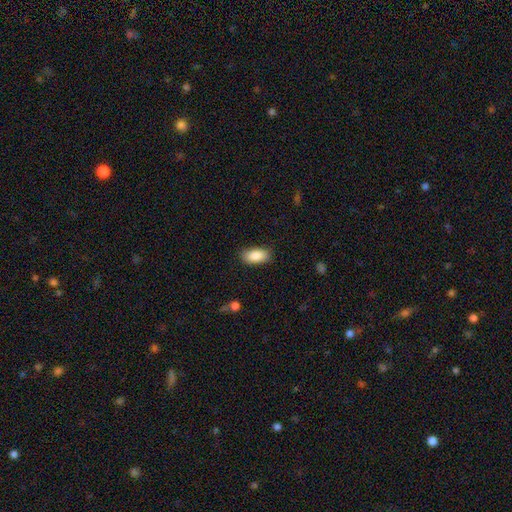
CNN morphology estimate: smooth 88%, star or artifact 7%, featured or disk 5%. Down the decision tree: how rounded — in between (92%); merging — none (85%).